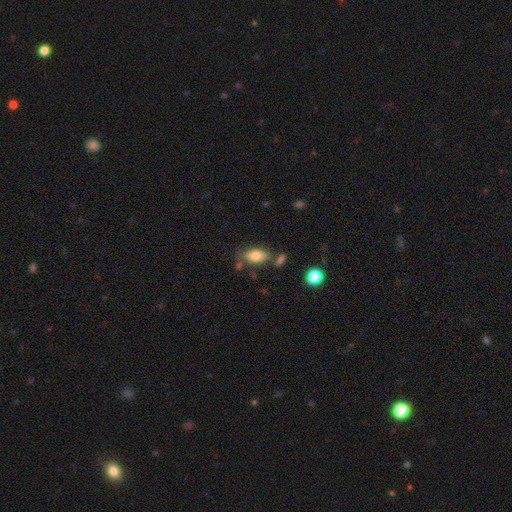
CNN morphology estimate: A smooth galaxy with no disk features (77%) that is in between round and cigar-shaped (89%). Merging: none (59%).